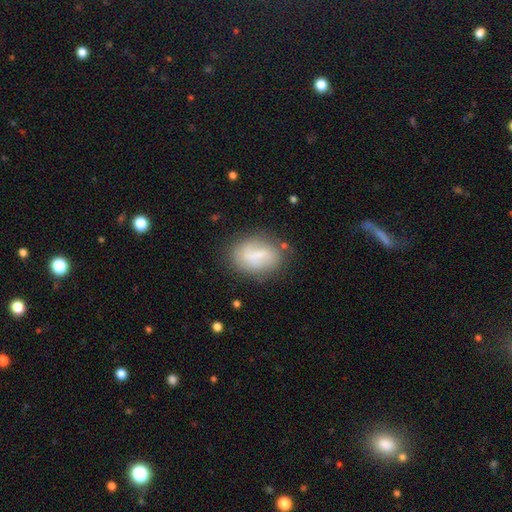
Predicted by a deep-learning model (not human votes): Smooth or featured?
  - smooth: 51% *
  - featured or disk: 40%
  - star or artifact: 8%
How rounded?
  - in between: 77% *
  - round: 20%
  - cigar-shaped: 3%
Merging?
  - none: 67% *
  - minor disturbance: 20%
  - major disturbance: 8%
  - merger: 4%